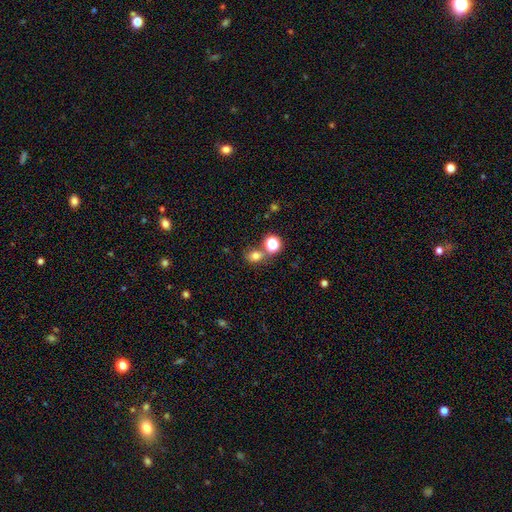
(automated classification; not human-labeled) Smooth or featured? Predicted: smooth (p=0.73). How rounded? Predicted: round (p=0.50). Merging? Predicted: none (p=0.63).